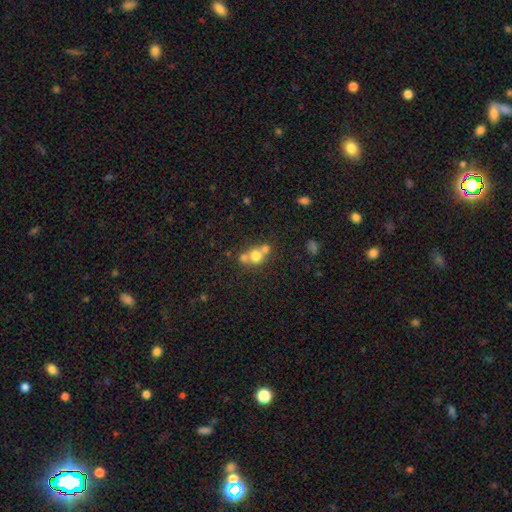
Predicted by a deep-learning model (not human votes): Smooth or featured? smooth (70%)
How rounded? round (81%)
Merging? merger (52%)